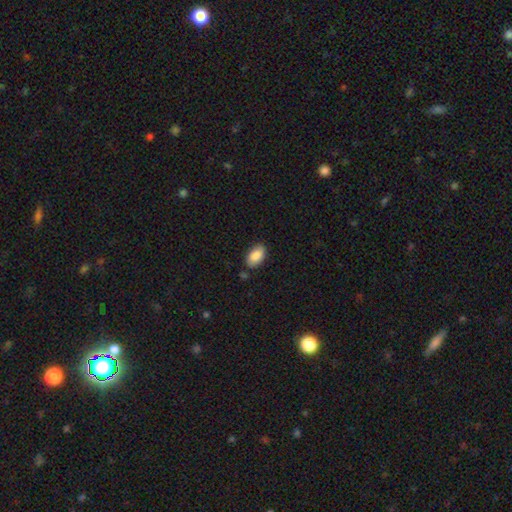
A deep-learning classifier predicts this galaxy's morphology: Smooth or featured: smooth — 87% (star or artifact — 7%)
How rounded: in between — 94% (round — 4%)
Merging: none — 82% (minor disturbance — 13%)